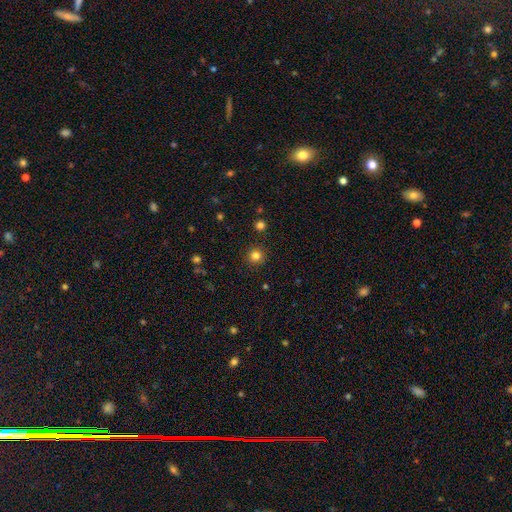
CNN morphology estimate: type=smooth (81%); roundness=round (94%); merging=none (92%).